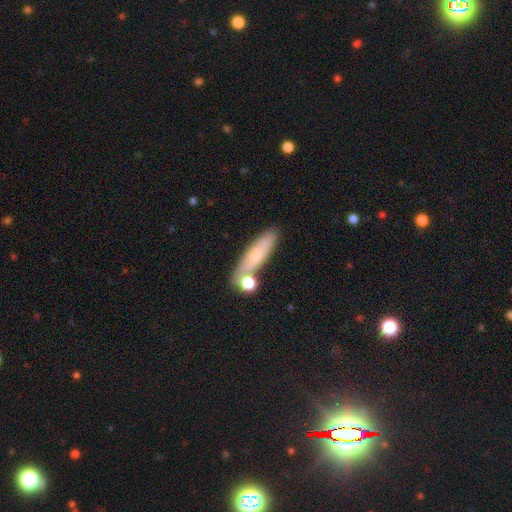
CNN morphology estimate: A smooth galaxy with no disk features (66%) that is cigar-shaped (65%).

Vote fractions:
- Smooth or featured? smooth: 66% / featured or disk: 26% / star or artifact: 9%
- How rounded? cigar-shaped: 65% / in between: 31% / round: 4%
- Merging? none: 66% / minor disturbance: 15% / merger: 14% / major disturbance: 5%